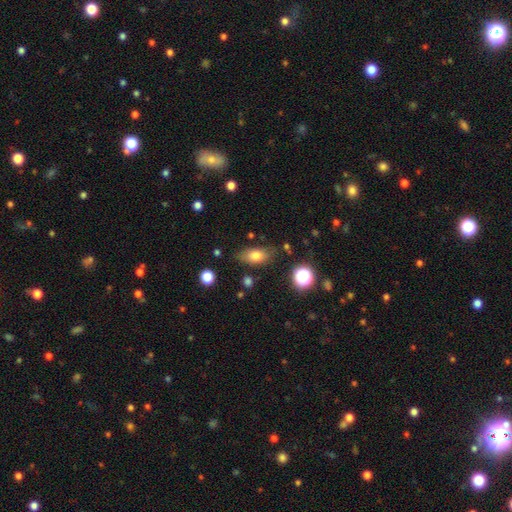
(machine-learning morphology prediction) Q: Smooth or featured?
A: smooth (77%); runner-up: featured or disk (13%)
Q: How rounded?
A: in between (85%); runner-up: round (8%)
Q: Merging?
A: none (76%); runner-up: minor disturbance (16%)